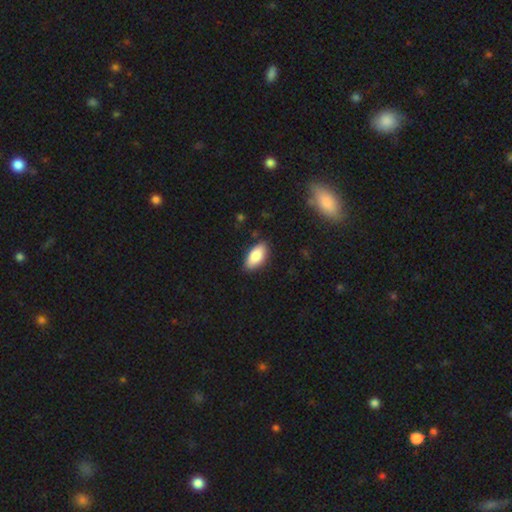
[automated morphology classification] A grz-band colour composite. It shows a smooth galaxy with no disk features (86%) that is in between round and cigar-shaped (92%). Merging: none (84%).